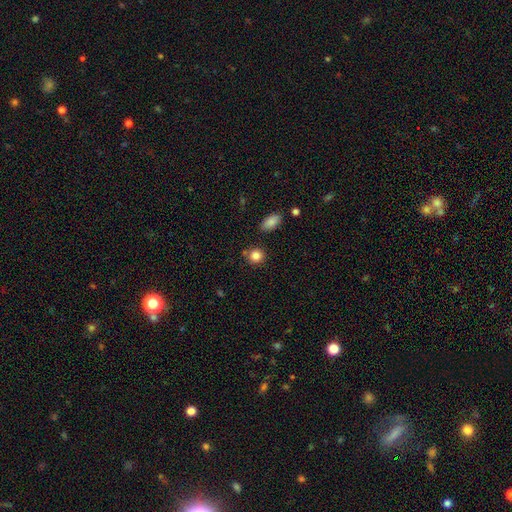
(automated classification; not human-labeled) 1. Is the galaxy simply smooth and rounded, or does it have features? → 85% smooth, 10% star or artifact, 5% featured or disk.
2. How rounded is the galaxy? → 85% round, 14% in between, 1% cigar-shaped.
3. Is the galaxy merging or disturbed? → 80% none, 10% minor disturbance, 7% merger, 3% major disturbance.